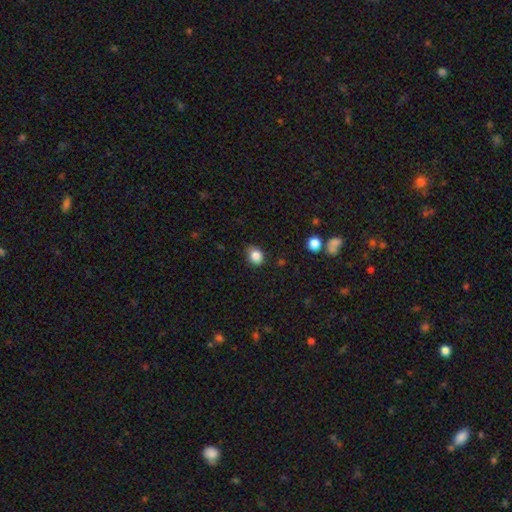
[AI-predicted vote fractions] Smooth or featured?
  - smooth: 85% *
  - star or artifact: 10%
  - featured or disk: 5%
How rounded?
  - round: 57% *
  - in between: 42%
  - cigar-shaped: 1%
Merging?
  - none: 80% *
  - minor disturbance: 16%
  - major disturbance: 3%
  - merger: 1%